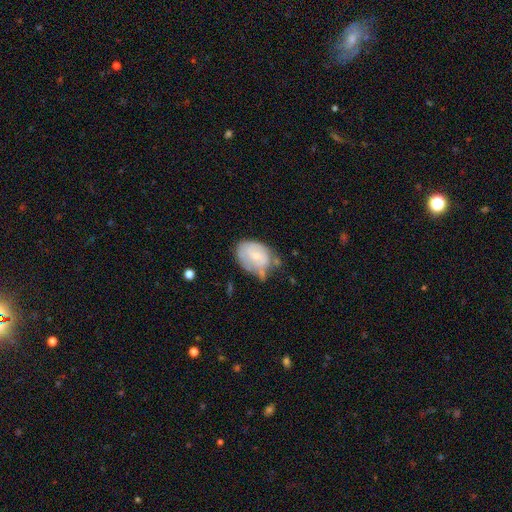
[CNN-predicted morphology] A smooth galaxy with no disk features (48%).

Vote fractions:
- Smooth or featured? smooth: 48% / featured or disk: 46% / star or artifact: 7%
- Merging? none: 38% / minor disturbance: 37% / major disturbance: 17% / merger: 8%